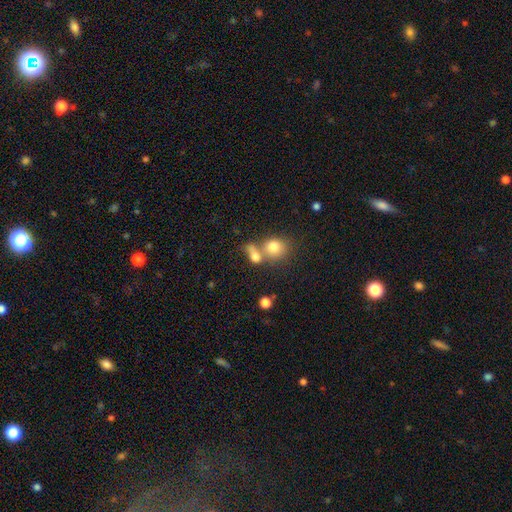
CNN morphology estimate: type=smooth (71%); roundness=round (60%); merging=merger (51%).